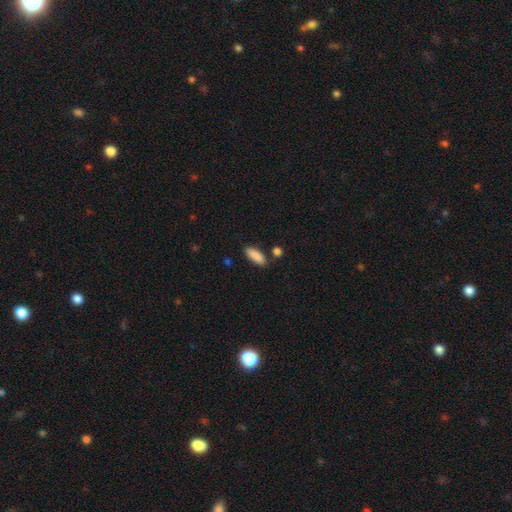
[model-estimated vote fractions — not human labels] Smooth or featured: smooth — 89% (star or artifact — 6%)
How rounded: in between — 73% (cigar-shaped — 25%)
Merging: none — 81% (minor disturbance — 11%)